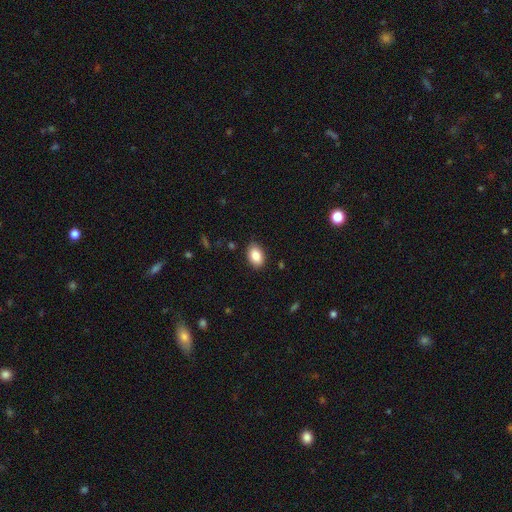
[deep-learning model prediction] smooth 87%, star or artifact 7%, featured or disk 6%. Down the decision tree: how rounded — in between (89%); merging — none (85%).